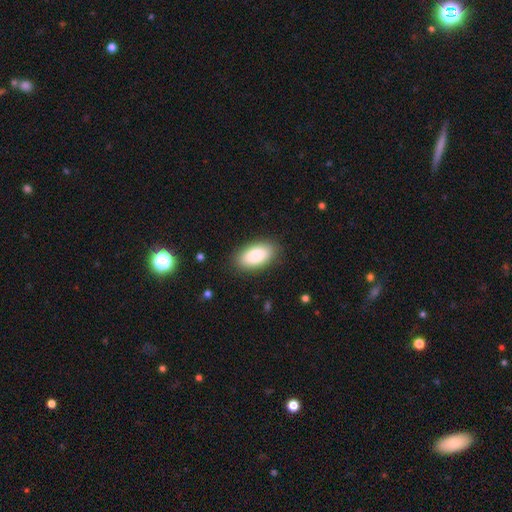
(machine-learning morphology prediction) The model was most divided on "smooth or featured": smooth: 84%, featured or disk: 9%, star or artifact: 7%. More confident: how rounded — in between (93%); merging — none (87%).